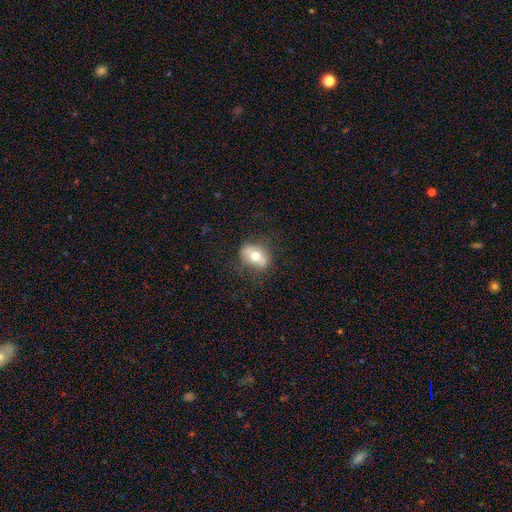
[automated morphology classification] smooth 59%, featured or disk 32%, star or artifact 8%. Down the decision tree: how rounded — in between (72%); merging — none (75%).